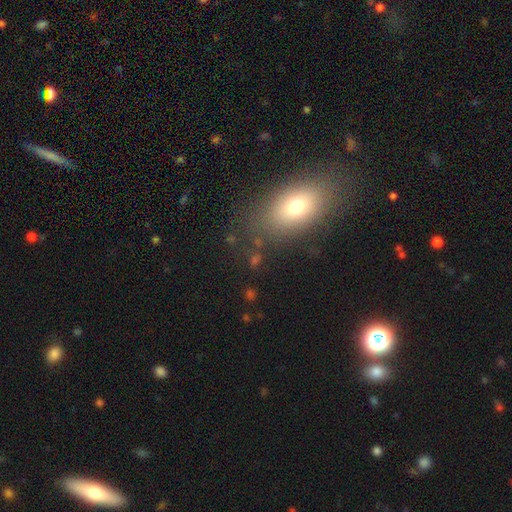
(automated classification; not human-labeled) Overall: smooth (66%). How rounded: in between (73%). Merging: none (80%).